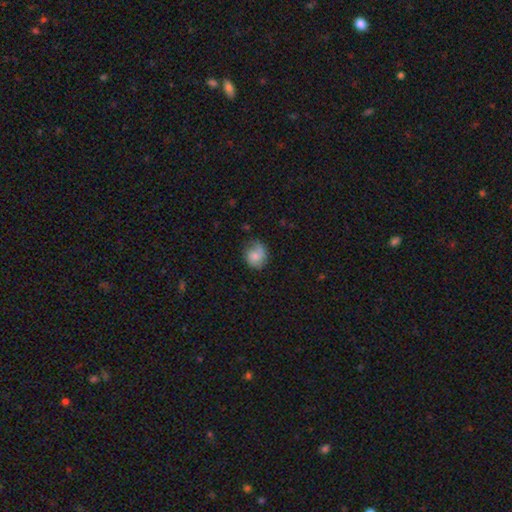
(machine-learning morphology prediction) Q: Smooth or featured?
A: smooth (73%); runner-up: featured or disk (18%)
Q: How rounded?
A: round (72%); runner-up: in between (28%)
Q: Merging?
A: none (56%); runner-up: minor disturbance (30%)